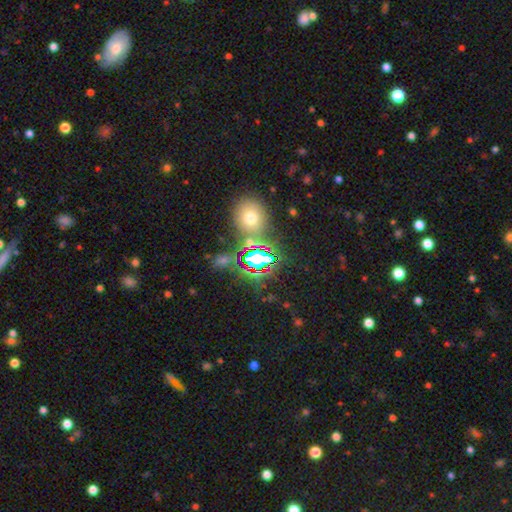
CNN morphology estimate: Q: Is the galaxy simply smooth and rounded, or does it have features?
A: star or artifact — 64%.